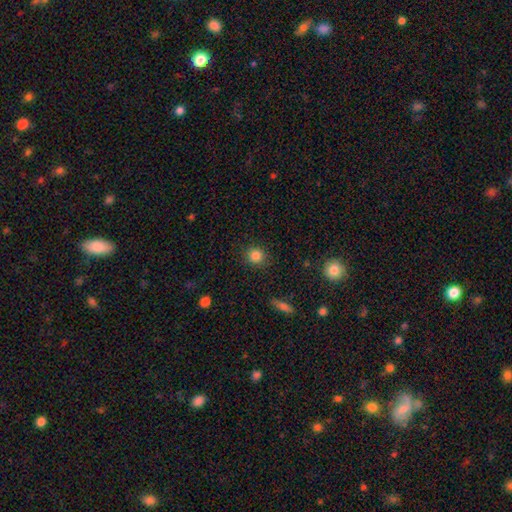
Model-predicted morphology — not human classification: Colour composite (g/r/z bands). It shows a smooth galaxy with no disk features (83%) that is round (89%). Merging: none (89%).